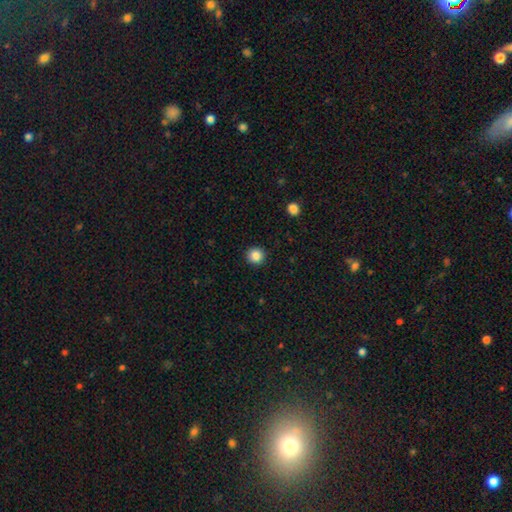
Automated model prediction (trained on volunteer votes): Smooth or featured?
  - smooth: 86% *
  - star or artifact: 10%
  - featured or disk: 3%
How rounded?
  - round: 94% *
  - in between: 6%
  - cigar-shaped: 1%
Merging?
  - none: 92% *
  - minor disturbance: 5%
  - major disturbance: 2%
  - merger: 1%